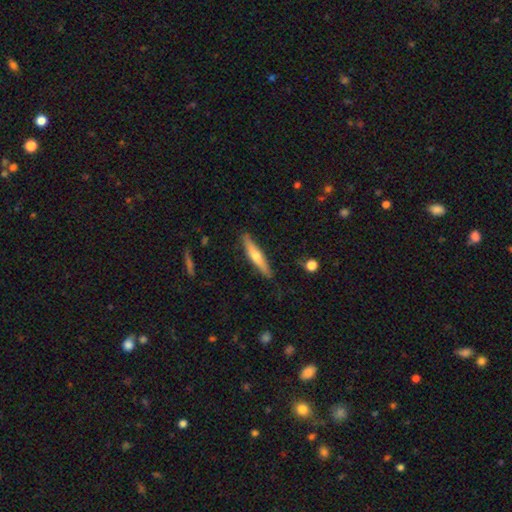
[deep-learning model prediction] Smooth or featured?
  - featured or disk: 55% *
  - smooth: 39%
  - star or artifact: 6%
Edge-on disk?
  - yes: 94% *
  - no: 6%
Edge-on bulge?
  - rounded: 85% *
  - none: 12%
  - boxy: 3%
Merging?
  - none: 89% *
  - minor disturbance: 9%
  - major disturbance: 2%
  - merger: 1%